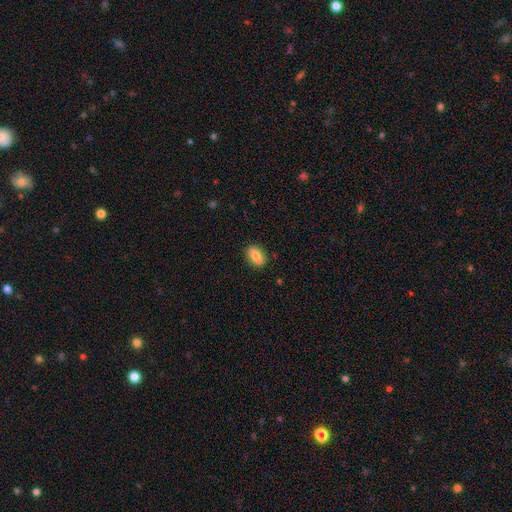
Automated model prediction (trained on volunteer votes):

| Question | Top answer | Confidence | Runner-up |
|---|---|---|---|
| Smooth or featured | smooth | 80% | featured or disk (13%) |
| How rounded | in between | 87% | round (10%) |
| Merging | none | 86% | minor disturbance (10%) |